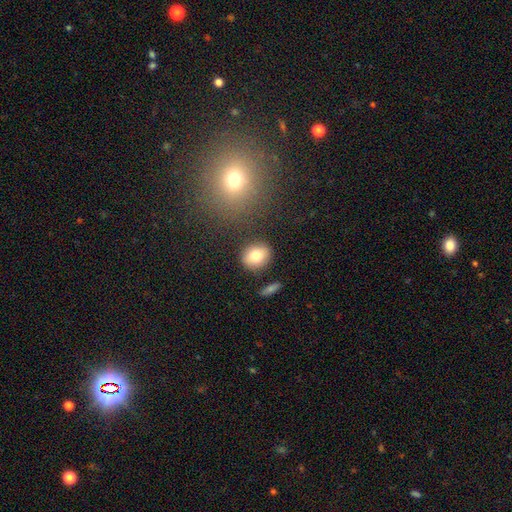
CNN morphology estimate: smooth 78%, featured or disk 14%, star or artifact 9%. Down the decision tree: how rounded — round (56%); merging — none (84%).